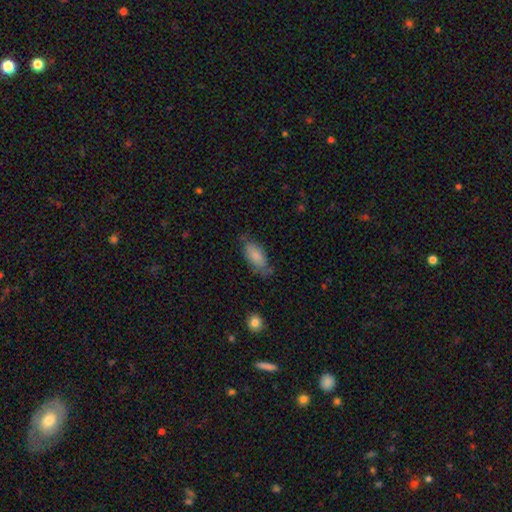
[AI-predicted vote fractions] Overall: smooth (81%). How rounded: in between (88%). Merging: none (60%; minor disturbance 29%).